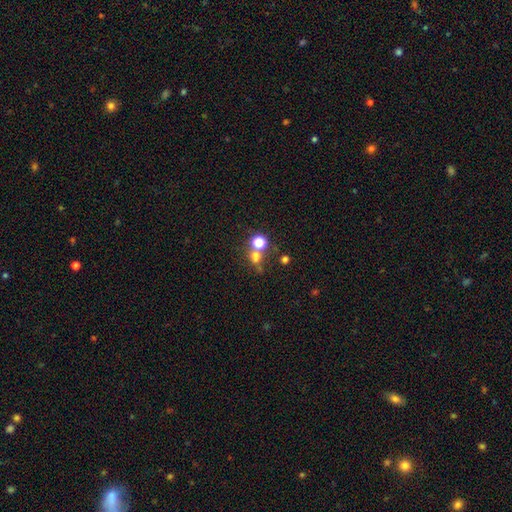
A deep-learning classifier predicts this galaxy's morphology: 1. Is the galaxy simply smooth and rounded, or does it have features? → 62% smooth, 25% star or artifact, 13% featured or disk.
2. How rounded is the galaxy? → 79% round, 20% in between, 1% cigar-shaped.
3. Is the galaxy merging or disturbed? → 48% none, 39% merger, 8% minor disturbance, 6% major disturbance.